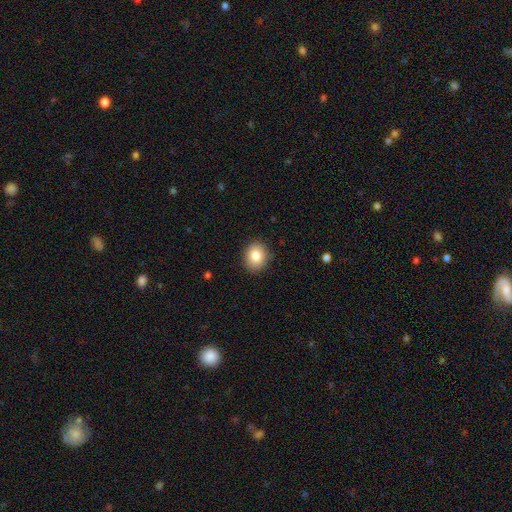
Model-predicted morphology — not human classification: Smooth or featured: smooth — 83% (star or artifact — 9%)
How rounded: round — 60% (in between — 39%)
Merging: none — 89% (minor disturbance — 8%)